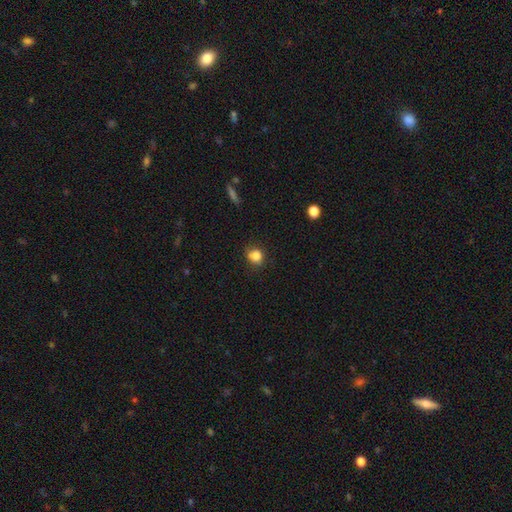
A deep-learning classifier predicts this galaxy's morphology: smooth-or-featured: smooth: 83% | star or artifact: 11% | featured or disk: 6%
  how-rounded: round: 70% | in between: 29% | cigar-shaped: 1%
  merging: none: 65% | minor disturbance: 24% | major disturbance: 6% | merger: 5%